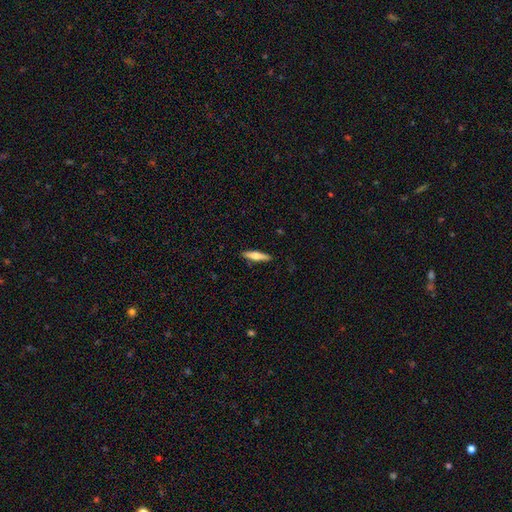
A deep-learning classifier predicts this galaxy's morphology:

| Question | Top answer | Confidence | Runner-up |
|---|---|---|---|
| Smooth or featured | smooth | 60% | featured or disk (35%) |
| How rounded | cigar-shaped | 77% | in between (21%) |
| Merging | none | 88% | minor disturbance (9%) |